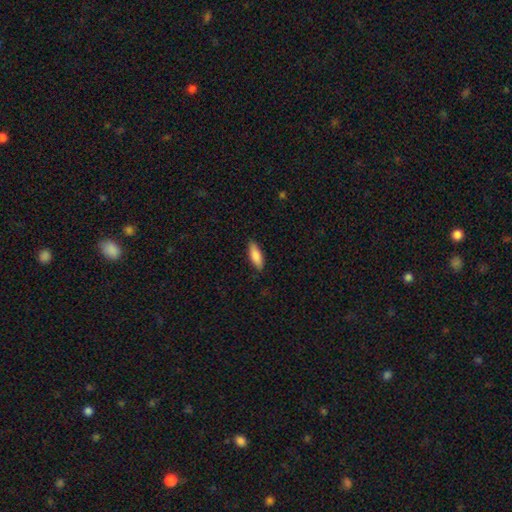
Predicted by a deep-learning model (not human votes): smooth-or-featured: smooth: 85% | featured or disk: 9% | star or artifact: 6%
  how-rounded: in between: 62% | cigar-shaped: 36% | round: 2%
  merging: none: 86% | minor disturbance: 11% | major disturbance: 2% | merger: 1%